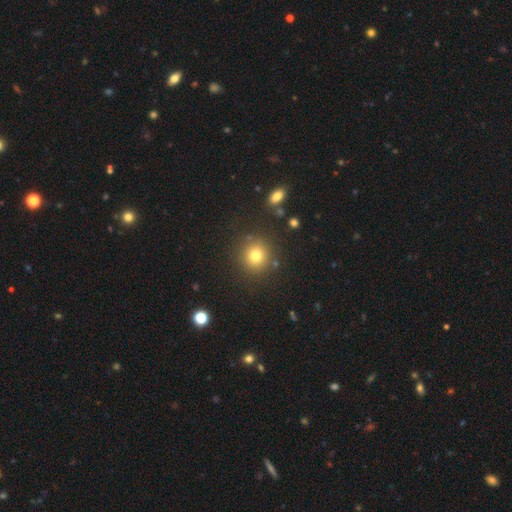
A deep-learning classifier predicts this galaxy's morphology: smooth-or-featured: smooth: 78% | star or artifact: 14% | featured or disk: 8%
  how-rounded: round: 92% | in between: 7% | cigar-shaped: 1%
  merging: none: 86% | minor disturbance: 7% | merger: 3% | major disturbance: 3%